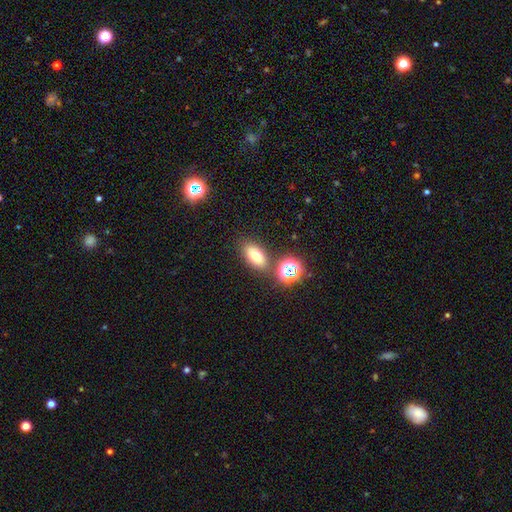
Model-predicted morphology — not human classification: This is likely a smooth galaxy (72%). How rounded: clearly in between (81%). Merging: likely none (78%).